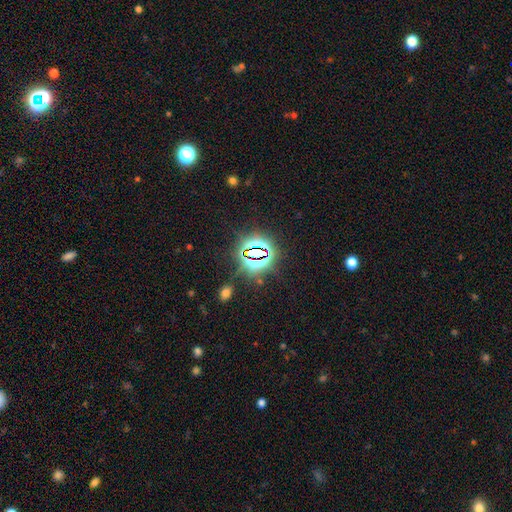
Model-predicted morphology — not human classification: This is likely a star or artifact rather than a galaxy (79%).